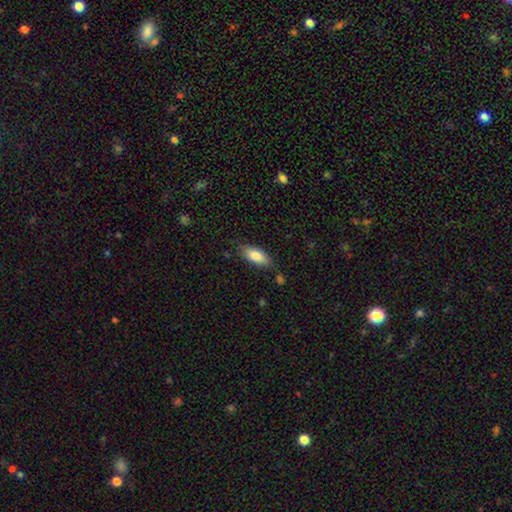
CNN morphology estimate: smooth_or_featured: smooth (p=0.82) [alt: featured or disk p=0.12]
how_rounded: in between (p=0.80) [alt: cigar-shaped p=0.18]
merging: none (p=0.79) [alt: minor disturbance p=0.15]